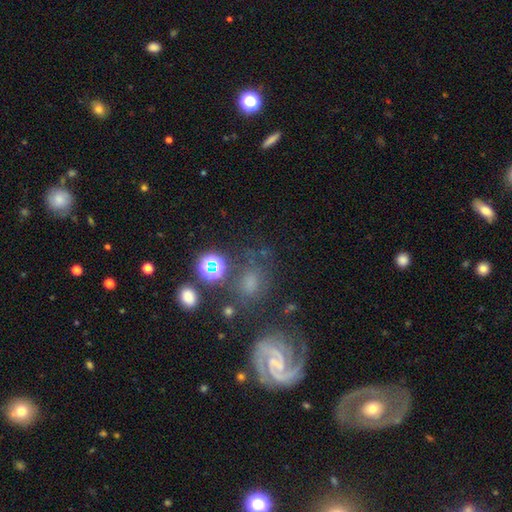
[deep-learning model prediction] Overall: featured or disk (47%; smooth 29%). Merging: none (68%).